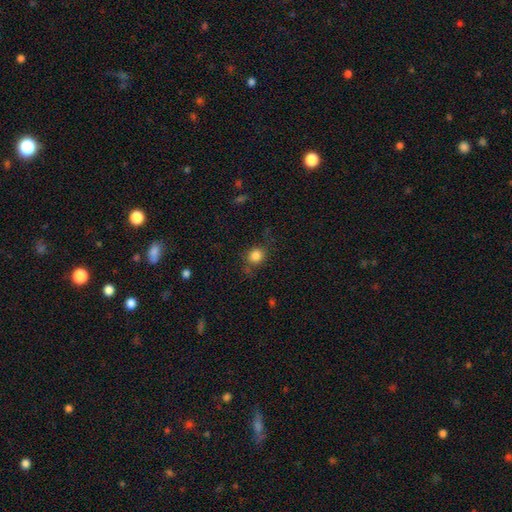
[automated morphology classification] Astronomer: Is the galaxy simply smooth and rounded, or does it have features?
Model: smooth — 83%.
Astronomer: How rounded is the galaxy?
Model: round — 81%.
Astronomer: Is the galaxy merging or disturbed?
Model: none — 75%.